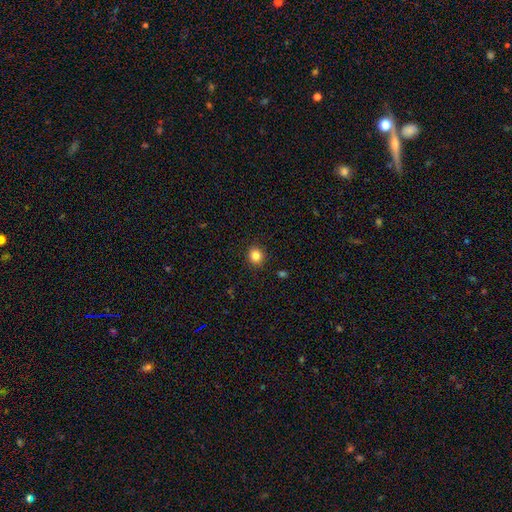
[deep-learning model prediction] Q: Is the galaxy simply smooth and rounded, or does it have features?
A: smooth — 84%.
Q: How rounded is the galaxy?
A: round — 82%.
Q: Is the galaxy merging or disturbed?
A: none — 91%.